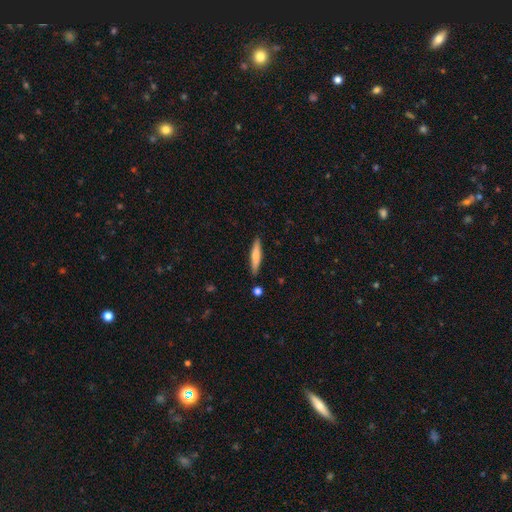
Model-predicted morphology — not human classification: This is likely a smooth galaxy (67%). How rounded: clearly cigar-shaped (89%). Merging: clearly none (88%).